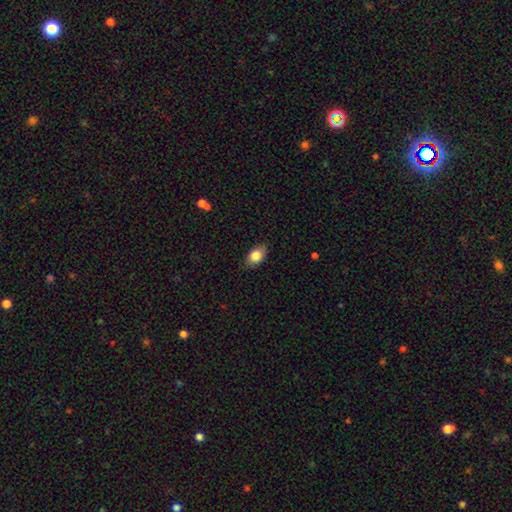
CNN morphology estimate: Smooth or featured: smooth — 83% (featured or disk — 10%)
How rounded: in between — 86% (round — 11%)
Merging: none — 84% (minor disturbance — 13%)